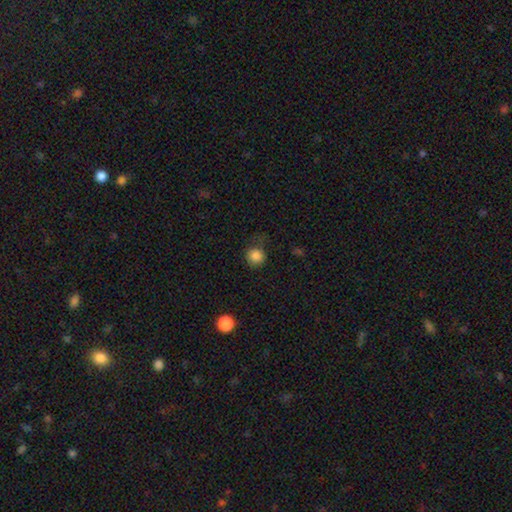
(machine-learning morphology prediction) This is clearly a smooth galaxy (84%). How rounded: clearly round (91%). Merging: likely none (71%).